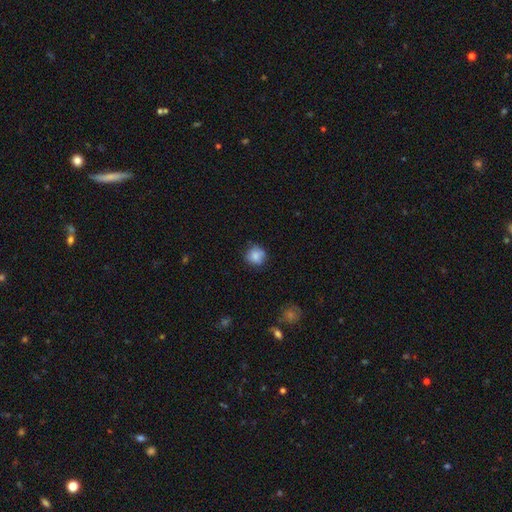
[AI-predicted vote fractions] Overall: smooth (79%). How rounded: round (87%). Merging: none (72%).